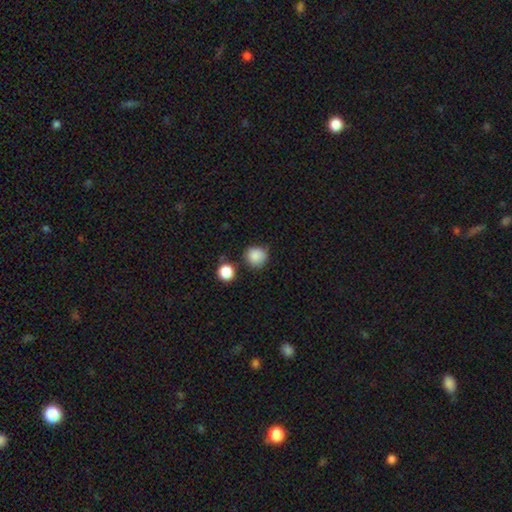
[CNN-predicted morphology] Q: Smooth or featured?
A: smooth (87%); runner-up: star or artifact (10%)
Q: How rounded?
A: round (91%); runner-up: in between (8%)
Q: Merging?
A: none (78%); runner-up: minor disturbance (13%)